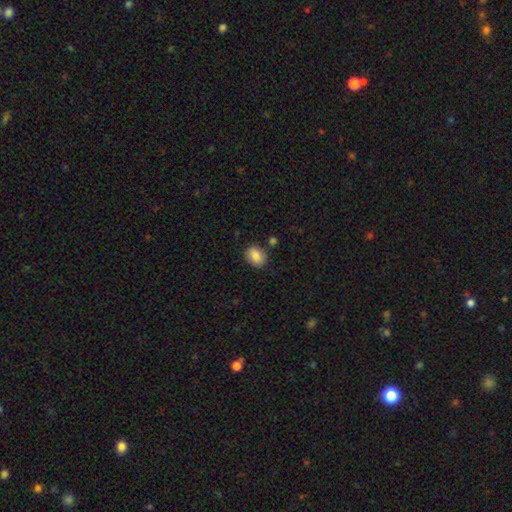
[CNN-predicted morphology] smooth 87%, star or artifact 8%, featured or disk 5%. Down the decision tree: how rounded — in between (55%); merging — none (83%).